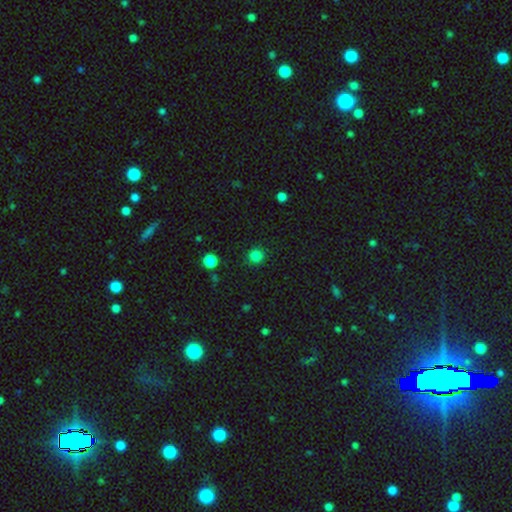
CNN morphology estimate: smooth 82%, star or artifact 14%, featured or disk 4%. Down the decision tree: how rounded — round (92%); merging — none (90%).